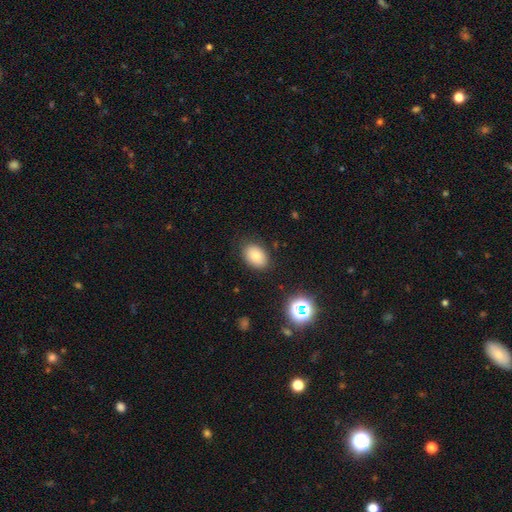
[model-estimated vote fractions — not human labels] A smooth galaxy with no disk features (81%) that is in between round and cigar-shaped (80%). Merging: none (85%).